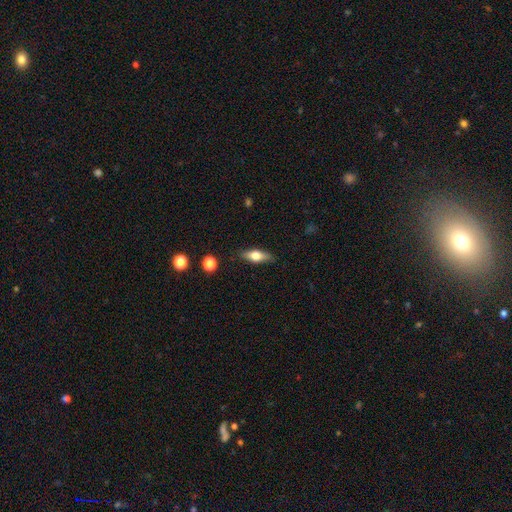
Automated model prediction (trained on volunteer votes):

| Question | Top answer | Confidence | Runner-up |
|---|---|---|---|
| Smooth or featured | smooth | 59% | featured or disk (33%) |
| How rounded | in between | 64% | cigar-shaped (32%) |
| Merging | none | 85% | minor disturbance (12%) |